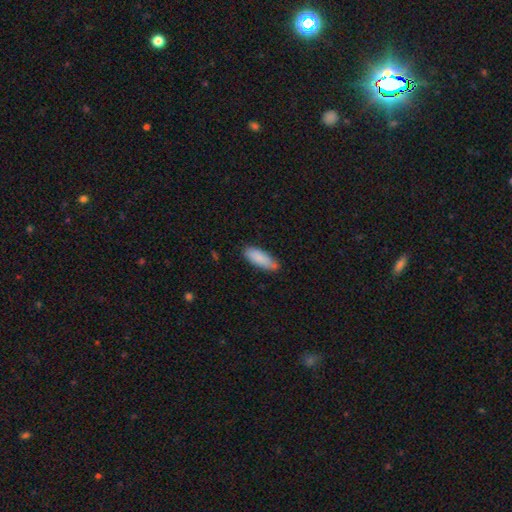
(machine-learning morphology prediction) Overall: smooth (86%). How rounded: in between (61%; cigar-shaped 38%). Merging: none (77%).